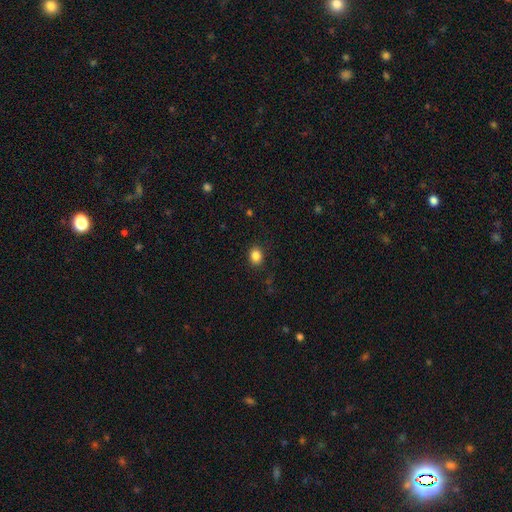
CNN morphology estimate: smooth_or_featured: smooth (p=0.86) [alt: star or artifact p=0.10]
how_rounded: in between (p=0.54) [alt: round p=0.45]
merging: none (p=0.87) [alt: minor disturbance p=0.09]